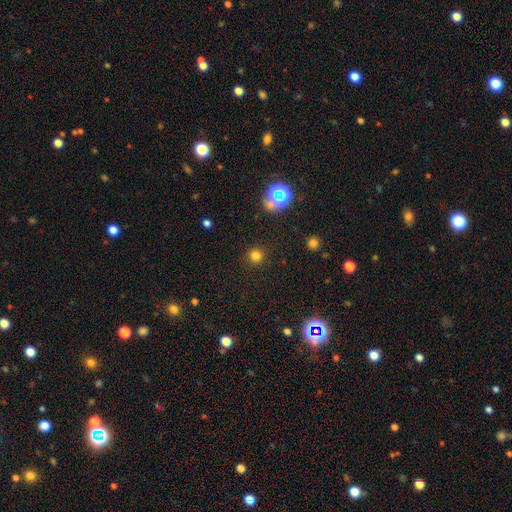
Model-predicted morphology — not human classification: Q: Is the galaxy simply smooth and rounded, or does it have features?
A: smooth — 77%.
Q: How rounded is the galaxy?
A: round — 94%.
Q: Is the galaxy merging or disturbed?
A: none — 90%.